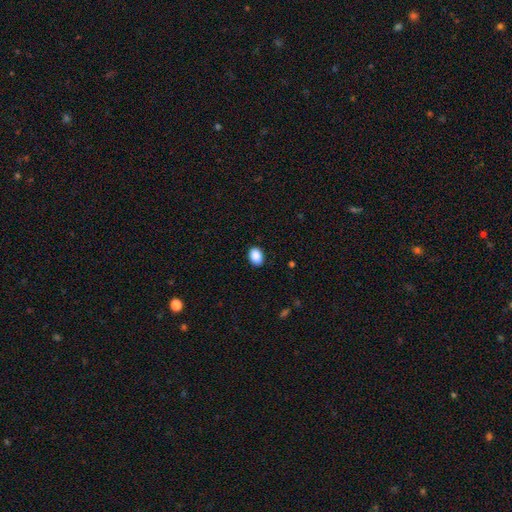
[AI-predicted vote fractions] Q: Smooth or featured?
A: smooth (90%); runner-up: star or artifact (7%)
Q: How rounded?
A: in between (78%); runner-up: round (21%)
Q: Merging?
A: none (88%); runner-up: minor disturbance (10%)